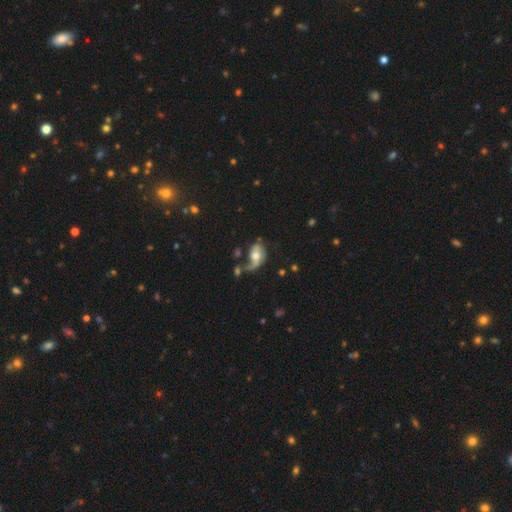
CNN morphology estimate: smooth-or-featured: featured or disk: 51% | smooth: 41% | star or artifact: 9%
  disk-edge-on: no: 95% | yes: 5%
  merging: major disturbance: 32% | none: 27% | minor disturbance: 21% | merger: 20%